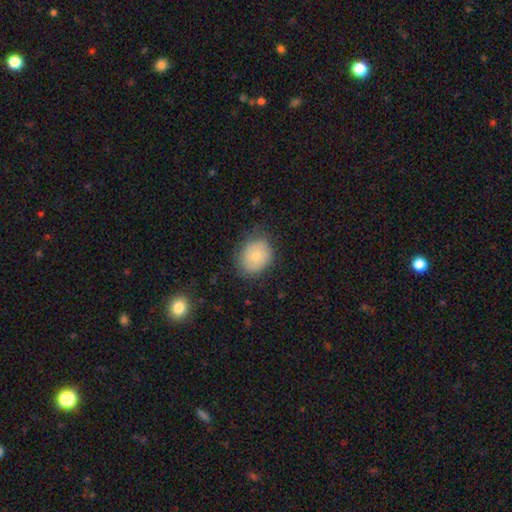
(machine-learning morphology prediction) This is likely a smooth galaxy (74%). How rounded: likely round (63%). Merging: likely none (72%).